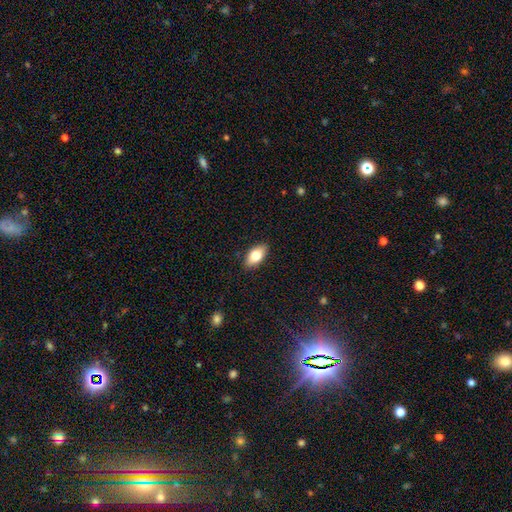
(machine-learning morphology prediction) Overall: smooth (78%). How rounded: in between (91%). Merging: none (88%).